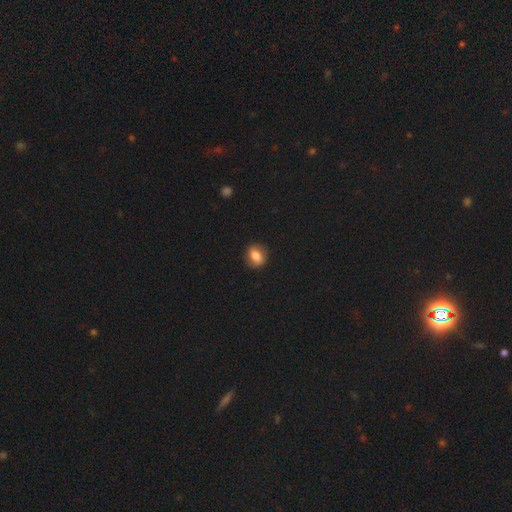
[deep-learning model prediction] Smooth or featured: smooth — 63% (featured or disk — 28%)
How rounded: in between — 54% (round — 44%)
Merging: none — 83% (minor disturbance — 12%)